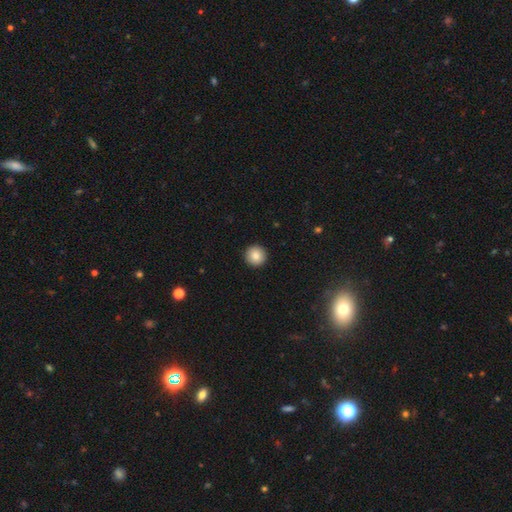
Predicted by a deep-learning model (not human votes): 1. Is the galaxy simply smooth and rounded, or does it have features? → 86% smooth, 8% star or artifact, 6% featured or disk.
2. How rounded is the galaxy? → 96% round, 3% in between, 1% cigar-shaped.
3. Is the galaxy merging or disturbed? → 94% none, 4% minor disturbance, 1% major disturbance, 1% merger.